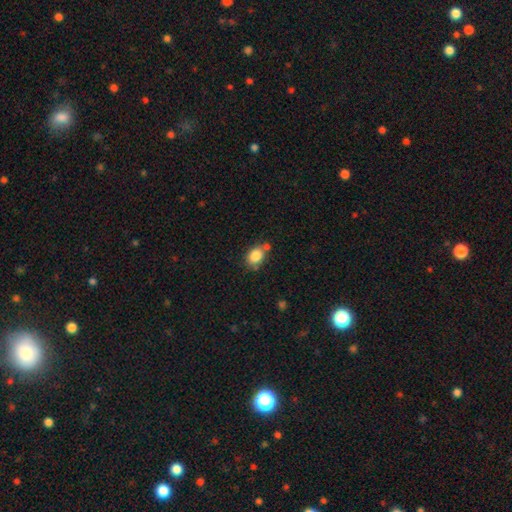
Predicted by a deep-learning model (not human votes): A smooth galaxy with no disk features (84%) that is in between round and cigar-shaped (61%).

Vote fractions:
- Smooth or featured? smooth: 84% / star or artifact: 9% / featured or disk: 7%
- How rounded? in between: 61% / round: 38% / cigar-shaped: 1%
- Merging? none: 59% / merger: 19% / minor disturbance: 17% / major disturbance: 5%